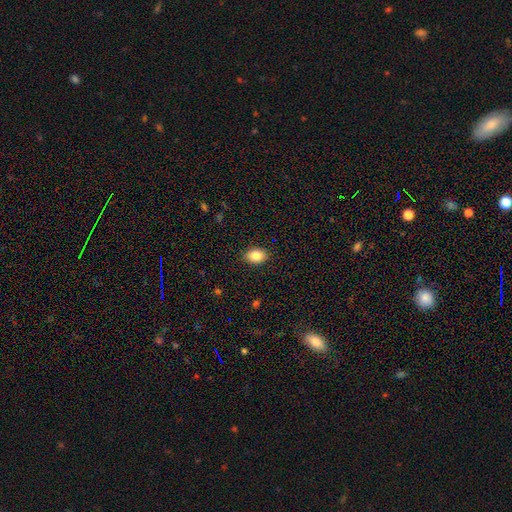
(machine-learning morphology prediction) This appears to be a smooth galaxy with no disk features (84%) that is in between round and cigar-shaped (78%). Merging: none (89%).